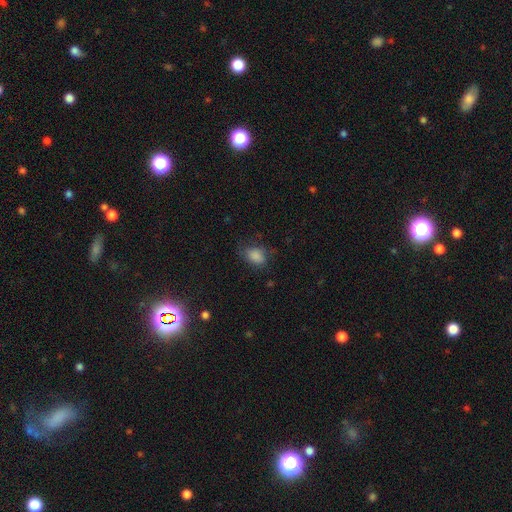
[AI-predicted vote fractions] This is clearly a smooth galaxy (85%). How rounded: clearly in between (81%). Merging: likely none (65%).